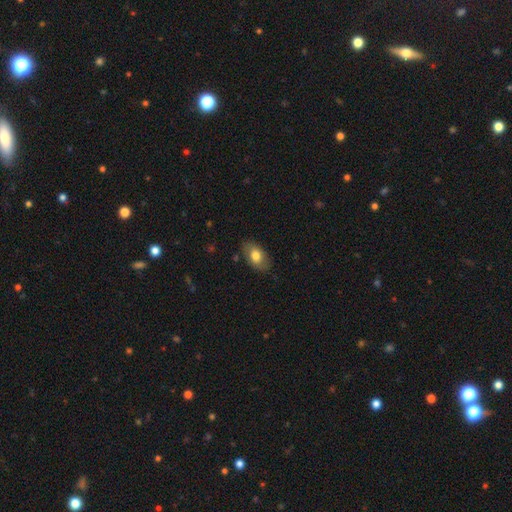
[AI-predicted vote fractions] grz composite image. It shows a smooth galaxy with no disk features (75%) that is in between round and cigar-shaped (91%). Merging: none (80%).